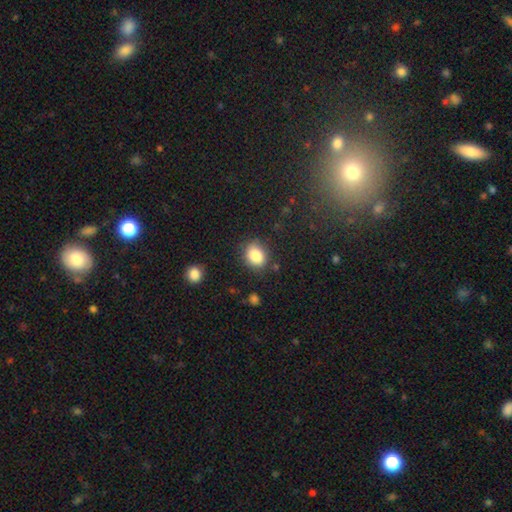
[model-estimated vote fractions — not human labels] This is clearly a smooth galaxy (85%). How rounded: possibly round (51%). Merging: clearly none (80%).